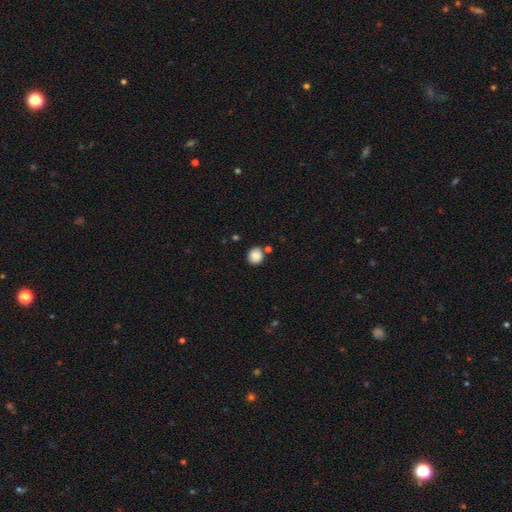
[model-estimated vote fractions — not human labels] A smooth galaxy with no disk features (87%) that is round (87%). Merging: none (77%).